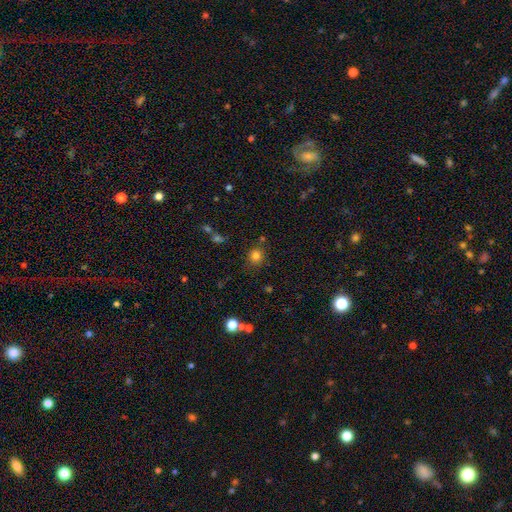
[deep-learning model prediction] smooth_or_featured: smooth (p=0.80) [alt: star or artifact p=0.14]
how_rounded: round (p=0.82) [alt: in between p=0.17]
merging: none (p=0.80) [alt: minor disturbance p=0.11]